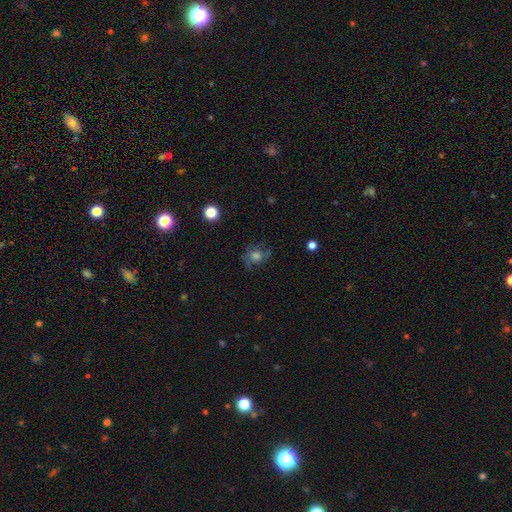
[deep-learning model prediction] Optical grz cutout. It shows a featured or disk galaxy (40%). Merging: none (62%).